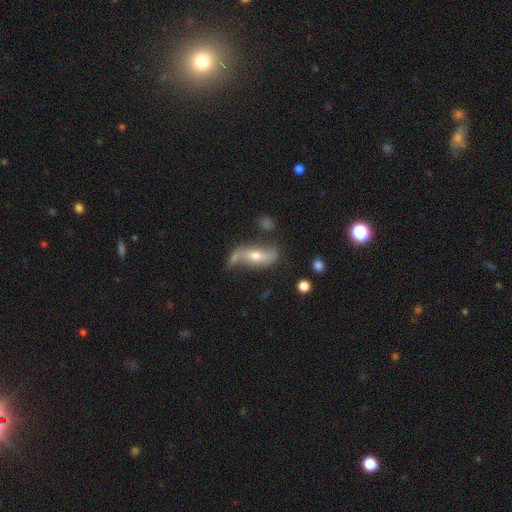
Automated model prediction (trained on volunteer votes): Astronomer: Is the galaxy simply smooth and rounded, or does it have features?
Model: featured or disk — 65%.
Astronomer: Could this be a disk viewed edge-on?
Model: no — 79%.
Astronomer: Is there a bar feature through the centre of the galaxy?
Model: no — 55%.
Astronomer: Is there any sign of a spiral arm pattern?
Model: yes — 76%.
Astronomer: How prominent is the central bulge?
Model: moderate — 67%.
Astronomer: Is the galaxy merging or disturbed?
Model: none — 47% (runner-up: minor disturbance, 25%).